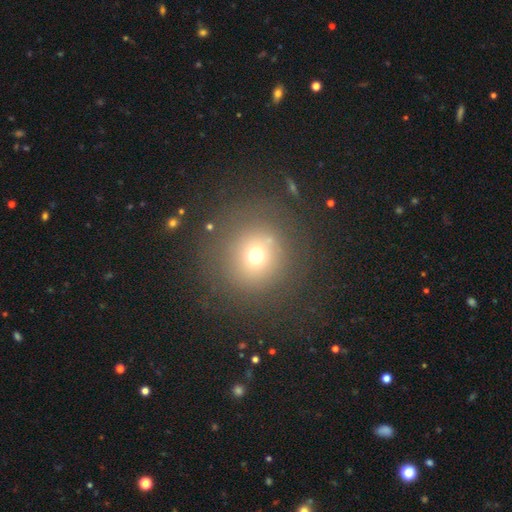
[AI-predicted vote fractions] Q: Smooth or featured?
A: smooth (66%); runner-up: star or artifact (20%)
Q: How rounded?
A: round (93%); runner-up: in between (6%)
Q: Merging?
A: none (79%); runner-up: minor disturbance (10%)